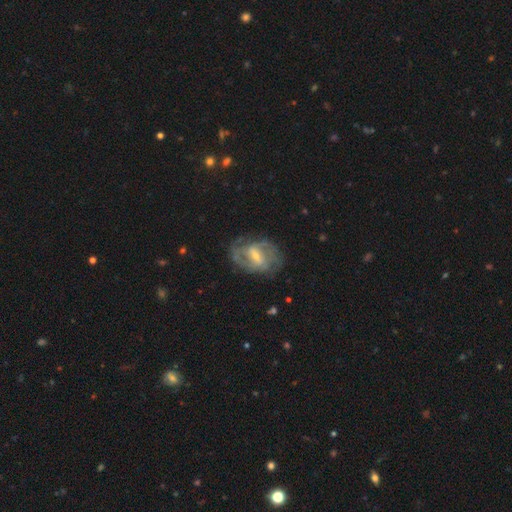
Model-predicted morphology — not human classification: Overall: featured or disk (85%). Edge-on disk: no (97%). Bar: weak (51%; strong 34%). Spiral arms: yes (92%). Spiral arm count: 2 (60%). Spiral winding: medium (47%; tight 37%). Bulge size: small (57%; moderate 37%). Merging: none (70%).